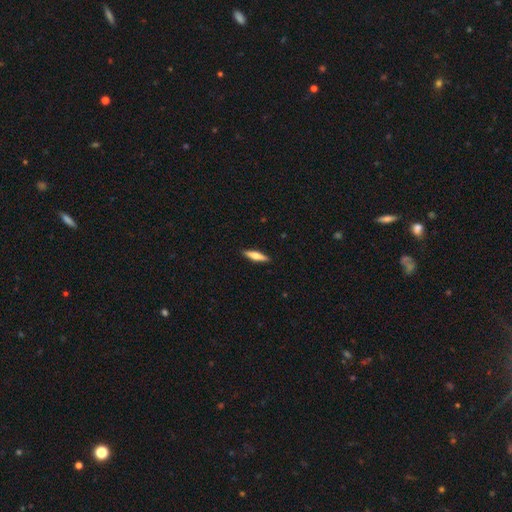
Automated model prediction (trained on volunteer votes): The model was most divided on "smooth or featured": smooth: 65%, featured or disk: 29%, star or artifact: 6%. More confident: merging — none (90%); how rounded — cigar-shaped (76%).